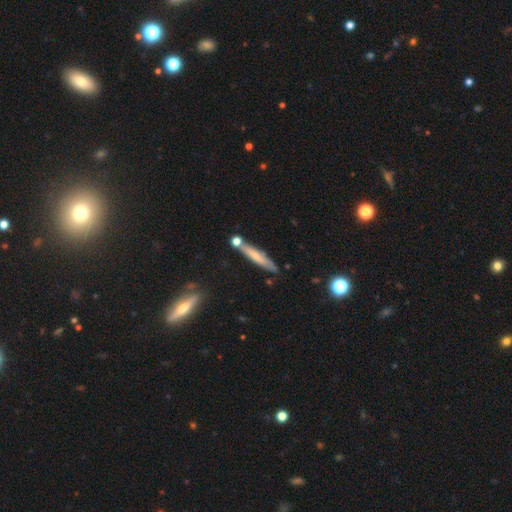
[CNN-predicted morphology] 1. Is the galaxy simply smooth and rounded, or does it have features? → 55% smooth, 39% featured or disk, 7% star or artifact.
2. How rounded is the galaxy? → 91% cigar-shaped, 7% in between, 2% round.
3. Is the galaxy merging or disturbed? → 74% none, 13% minor disturbance, 10% merger, 3% major disturbance.